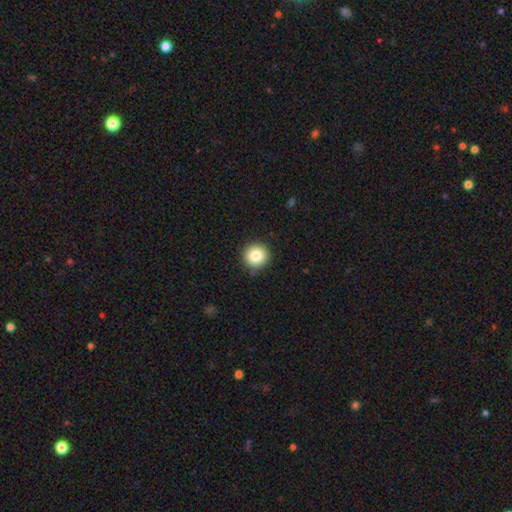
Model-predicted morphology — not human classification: This appears to be a smooth galaxy with no disk features (83%) that is round (95%). Merging: none (89%).